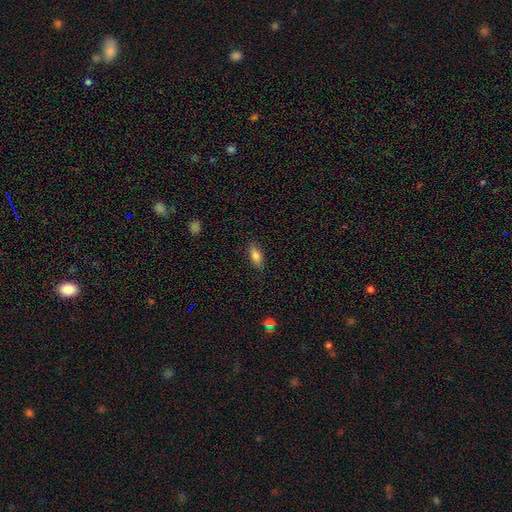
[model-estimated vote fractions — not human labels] smooth-or-featured: smooth: 81% | featured or disk: 10% | star or artifact: 8%
  how-rounded: in between: 84% | cigar-shaped: 13% | round: 4%
  merging: none: 85% | minor disturbance: 11% | major disturbance: 3% | merger: 1%